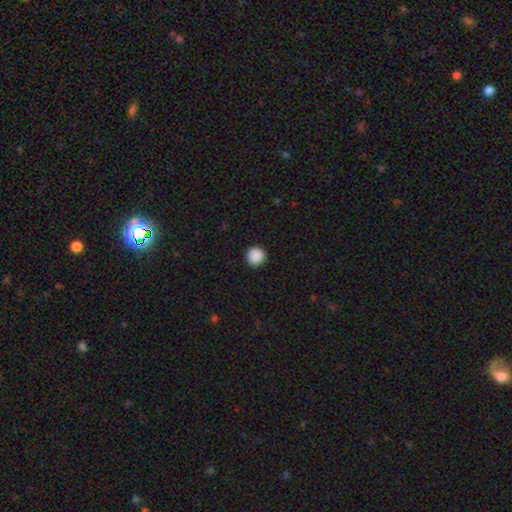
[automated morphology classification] smooth_or_featured: smooth (p=0.89) [alt: star or artifact p=0.09]
how_rounded: round (p=0.95) [alt: in between p=0.04]
merging: none (p=0.93) [alt: minor disturbance p=0.05]